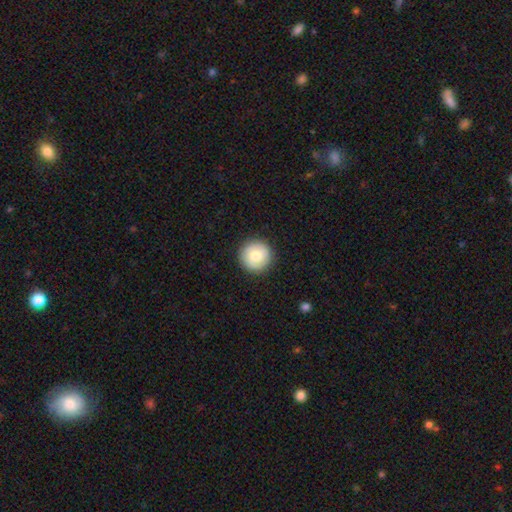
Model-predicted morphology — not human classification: This is likely a smooth galaxy (73%). How rounded: clearly round (96%). Merging: clearly none (91%).